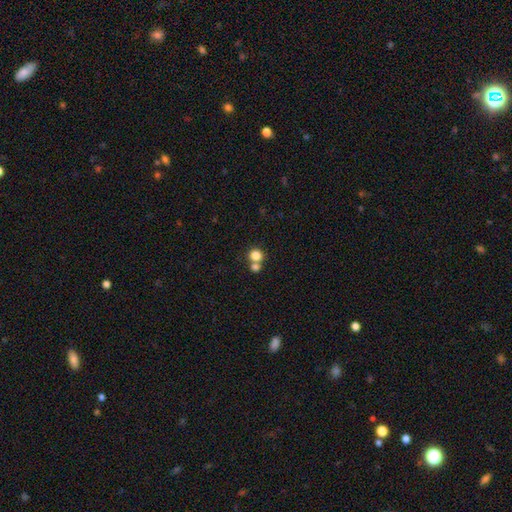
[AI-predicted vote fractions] Smooth or featured? Predicted: smooth (p=0.81). How rounded? Predicted: round (p=0.85). Merging? Predicted: none (p=0.50).